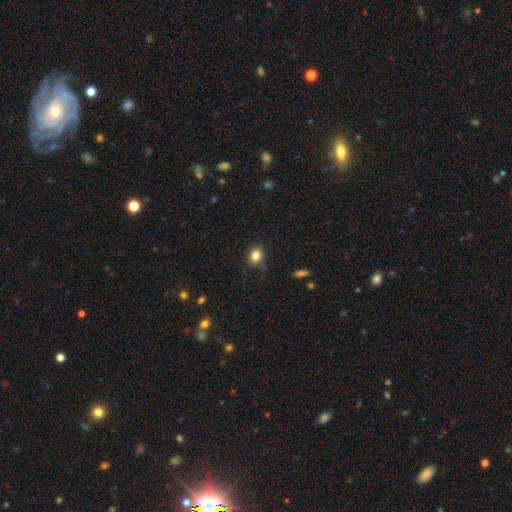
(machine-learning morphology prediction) Overall: smooth (83%). How rounded: round (53%; in between 46%). Merging: none (75%).